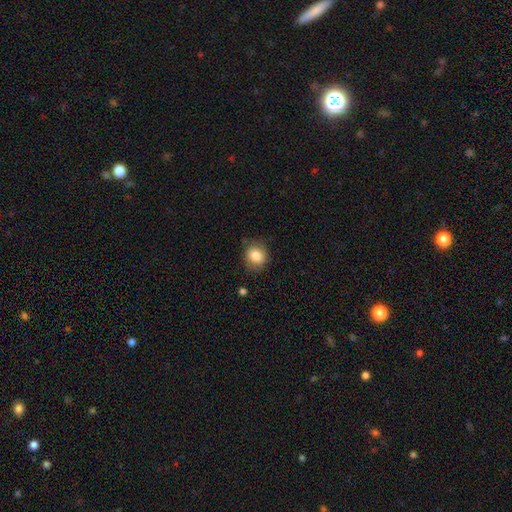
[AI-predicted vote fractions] Smooth or featured: smooth — 84% (star or artifact — 9%)
How rounded: round — 70% (in between — 29%)
Merging: none — 78% (minor disturbance — 16%)